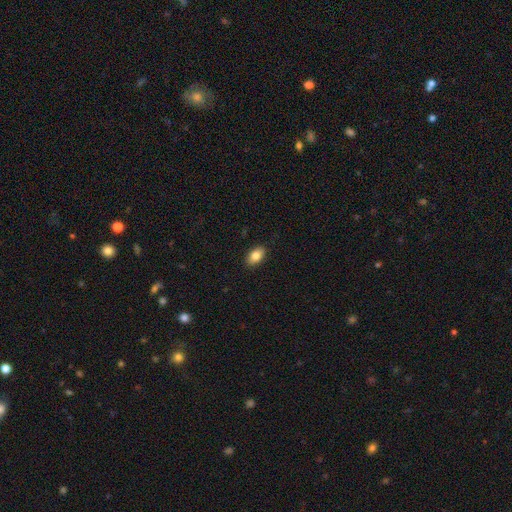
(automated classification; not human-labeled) Smooth or featured? Predicted: smooth (p=0.83). How rounded? Predicted: in between (p=0.91). Merging? Predicted: none (p=0.89).